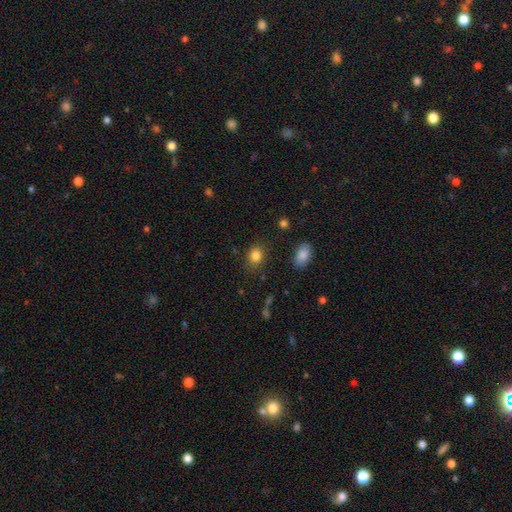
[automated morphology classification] smooth_or_featured: smooth (p=0.83) [alt: star or artifact p=0.11]
how_rounded: round (p=0.51) [alt: in between p=0.48]
merging: none (p=0.82) [alt: minor disturbance p=0.12]